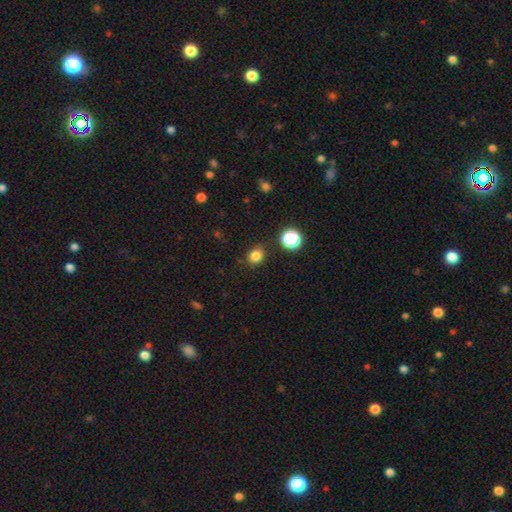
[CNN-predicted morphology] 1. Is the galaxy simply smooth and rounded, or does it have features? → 82% smooth, 14% star or artifact, 4% featured or disk.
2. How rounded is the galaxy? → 74% round, 25% in between, 1% cigar-shaped.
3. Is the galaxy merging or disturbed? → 87% none, 9% minor disturbance, 3% major disturbance, 2% merger.